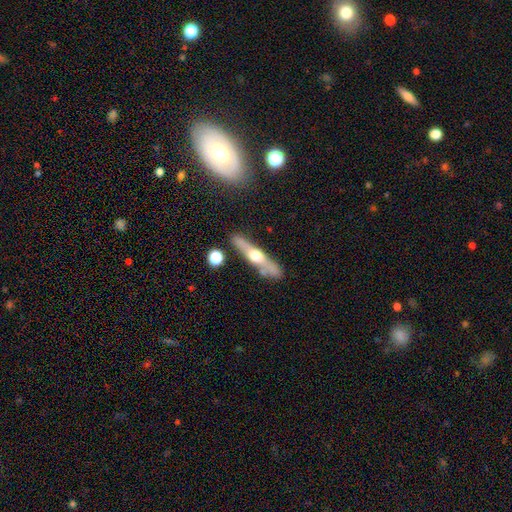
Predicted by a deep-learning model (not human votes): Smooth or featured? featured or disk (62%)
Edge-on disk? yes (92%)
Edge-on bulge? rounded (92%)
Merging? none (77%)